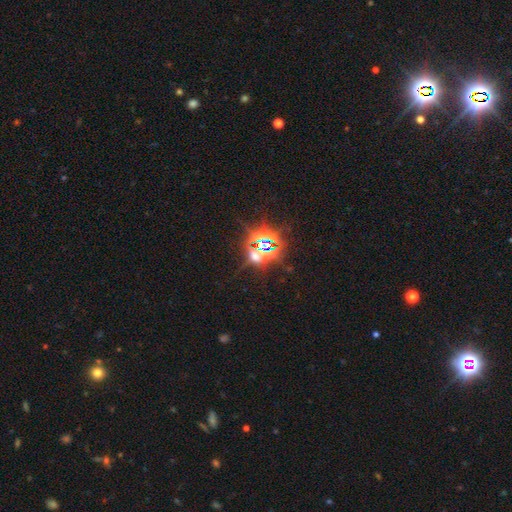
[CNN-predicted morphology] Q: Smooth or featured?
A: star or artifact (80%); runner-up: smooth (11%)